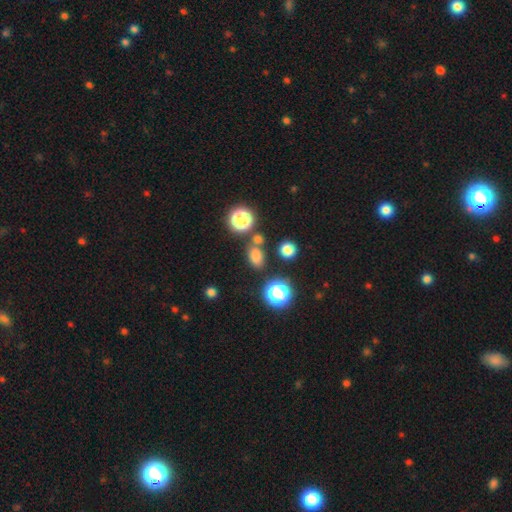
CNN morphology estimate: A smooth galaxy with no disk features (72%) that is in between round and cigar-shaped (66%). Merging: none (74%).